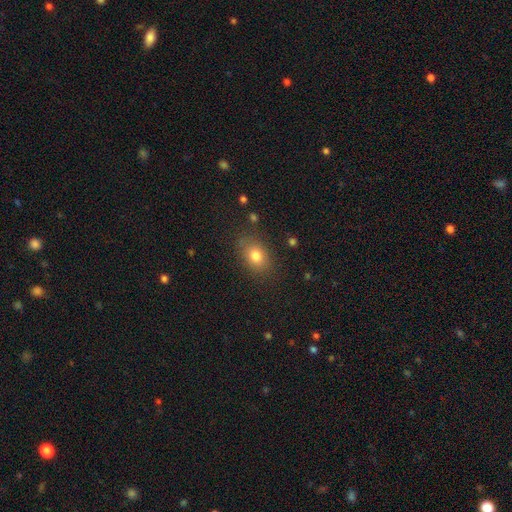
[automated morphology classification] Smooth or featured? Predicted: smooth (p=0.79). How rounded? Predicted: in between (p=0.71). Merging? Predicted: none (p=0.81).